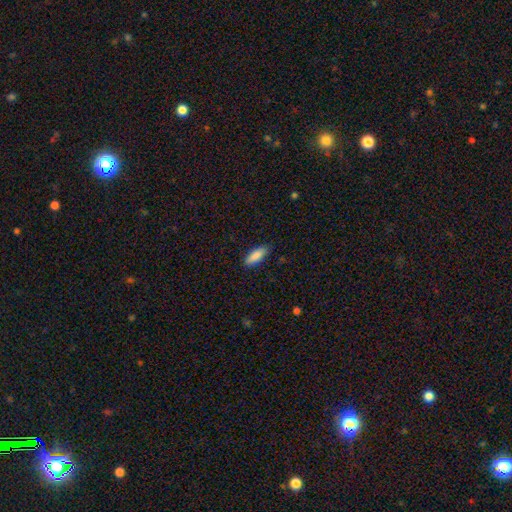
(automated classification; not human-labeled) Overall: smooth (88%). How rounded: in between (70%). Merging: none (86%).